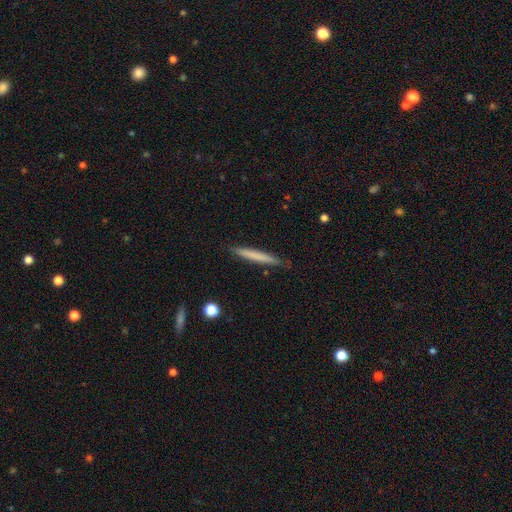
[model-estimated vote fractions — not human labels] Smooth or featured?
  - smooth: 68% *
  - featured or disk: 26%
  - star or artifact: 5%
How rounded?
  - cigar-shaped: 96% *
  - in between: 2%
  - round: 1%
Merging?
  - none: 87% *
  - minor disturbance: 10%
  - major disturbance: 2%
  - merger: 1%